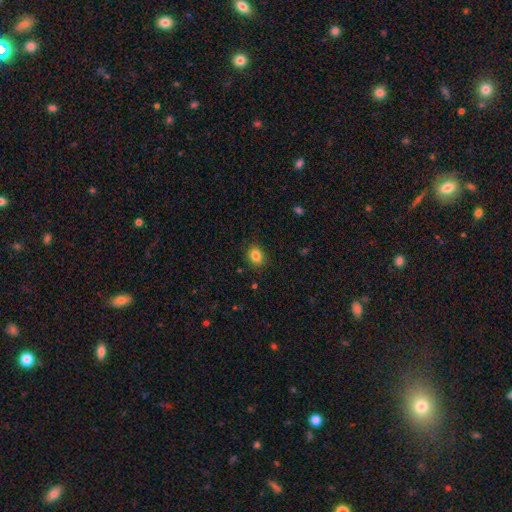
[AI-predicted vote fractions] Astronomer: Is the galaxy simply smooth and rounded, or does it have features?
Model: smooth — 84%.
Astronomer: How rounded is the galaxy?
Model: round — 57% (runner-up: in between, 42%).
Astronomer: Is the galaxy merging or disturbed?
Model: none — 86%.